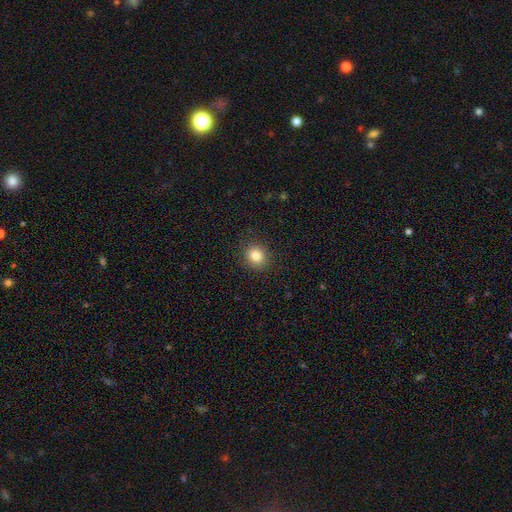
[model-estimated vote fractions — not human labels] smooth 83%, star or artifact 11%, featured or disk 6%. Down the decision tree: how rounded — round (82%); merging — none (90%).